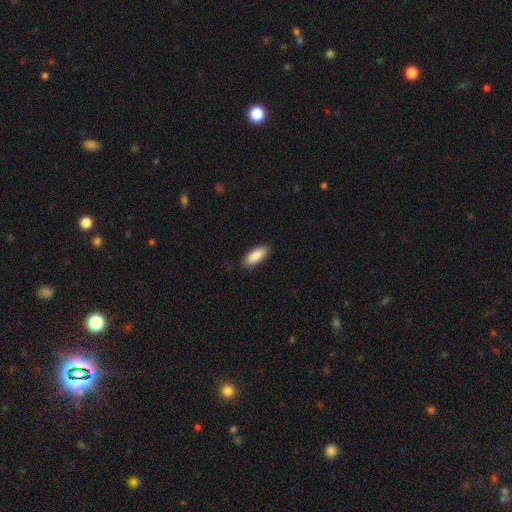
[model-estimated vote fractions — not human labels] The model was most divided on "how rounded": in between: 84%, cigar-shaped: 14%, round: 2%. More confident: smooth or featured — smooth (90%); merging — none (87%).